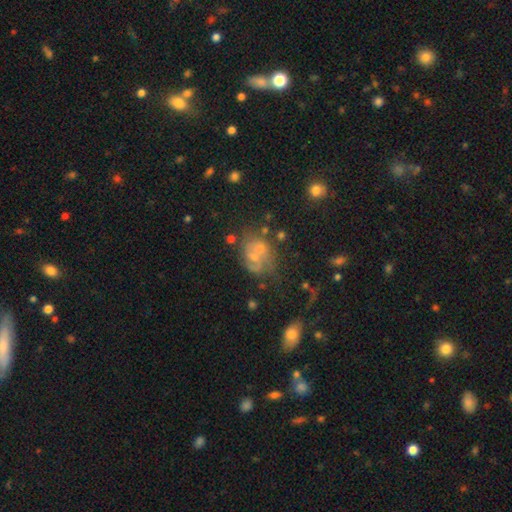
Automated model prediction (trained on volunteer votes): smooth-or-featured: featured or disk: 49% | smooth: 32% | star or artifact: 20%
  merging: none: 41% | merger: 22% | minor disturbance: 20% | major disturbance: 17%